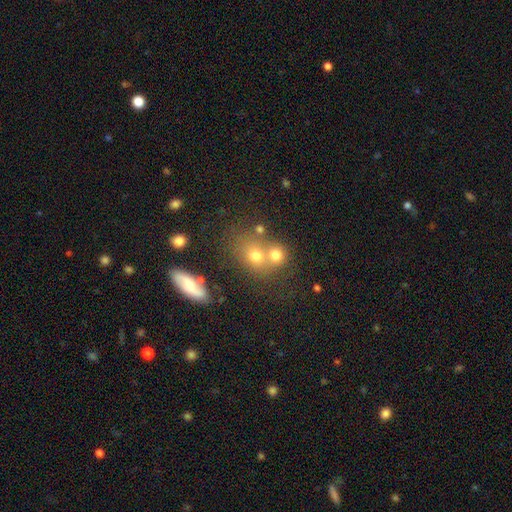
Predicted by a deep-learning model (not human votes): A smooth galaxy with no disk features (68%) that is round (64%).

Vote fractions:
- Smooth or featured? smooth: 68% / featured or disk: 16% / star or artifact: 15%
- How rounded? round: 64% / in between: 34% / cigar-shaped: 2%
- Merging? merger: 46% / none: 40% / minor disturbance: 9% / major disturbance: 5%